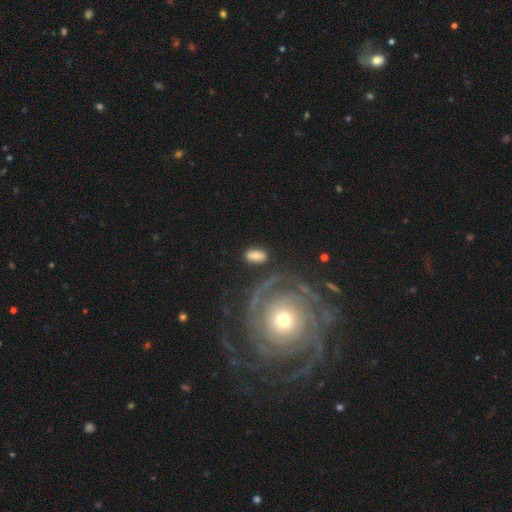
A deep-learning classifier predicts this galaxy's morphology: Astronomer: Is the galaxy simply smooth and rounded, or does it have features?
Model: smooth — 74%.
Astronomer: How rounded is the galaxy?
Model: in between — 89%.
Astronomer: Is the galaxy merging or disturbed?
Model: none — 72%.